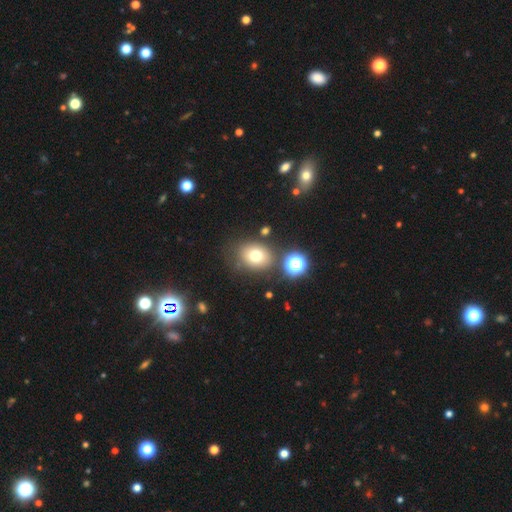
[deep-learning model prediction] smooth_or_featured: smooth (p=0.73) [alt: star or artifact p=0.15]
how_rounded: round (p=0.54) [alt: in between p=0.45]
merging: none (p=0.75) [alt: minor disturbance p=0.13]